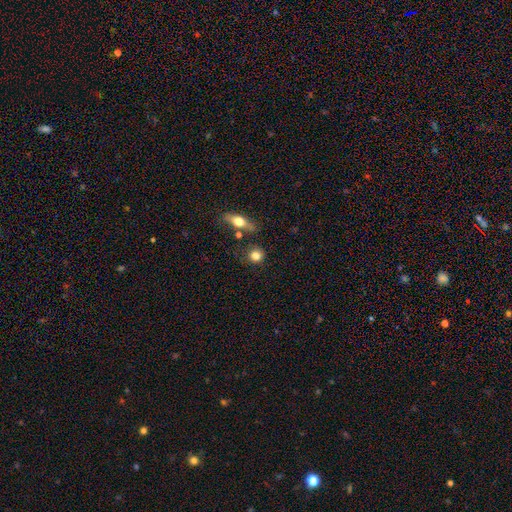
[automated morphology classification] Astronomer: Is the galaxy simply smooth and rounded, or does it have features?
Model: smooth — 81%.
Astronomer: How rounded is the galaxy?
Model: round — 84%.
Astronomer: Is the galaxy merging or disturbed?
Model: none — 77%.